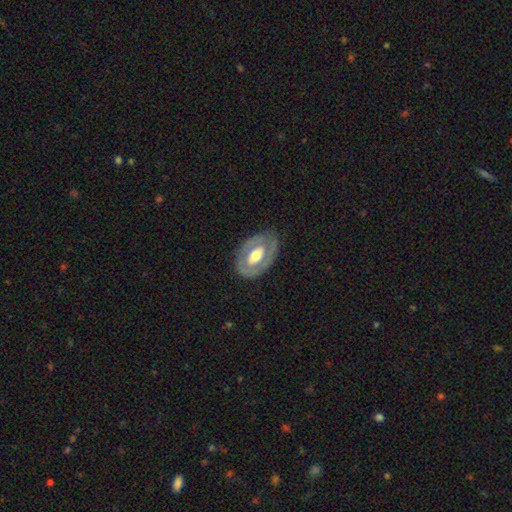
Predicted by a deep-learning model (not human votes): A featured or disk galaxy (62%) with no bar (53%), no spiral arms (72%) and a moderate central bulge (62%).

Vote fractions:
- Smooth or featured? featured or disk: 62% / smooth: 33% / star or artifact: 5%
- Edge-on disk? no: 92% / yes: 8%
- Bar? no: 53% / weak: 28% / strong: 19%
- Spiral arms? no: 72% / yes: 28%
- Bulge size? moderate: 62% / large: 25% / small: 10% / dominant: 2% / none: 1%
- Merging? none: 76% / minor disturbance: 16% / major disturbance: 6% / merger: 1%